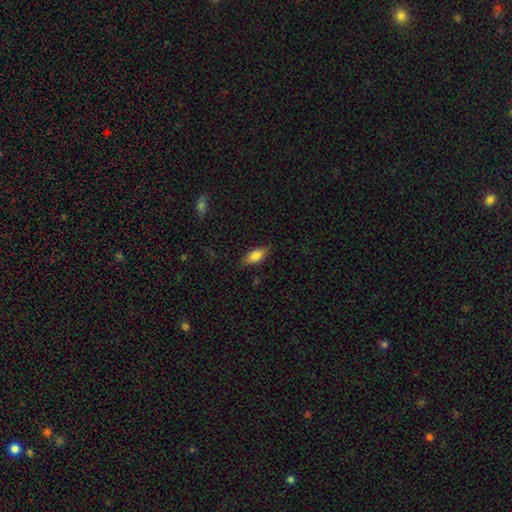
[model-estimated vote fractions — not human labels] Q: Smooth or featured?
A: smooth (76%); runner-up: featured or disk (17%)
Q: How rounded?
A: in between (77%); runner-up: cigar-shaped (21%)
Q: Merging?
A: none (82%); runner-up: minor disturbance (14%)